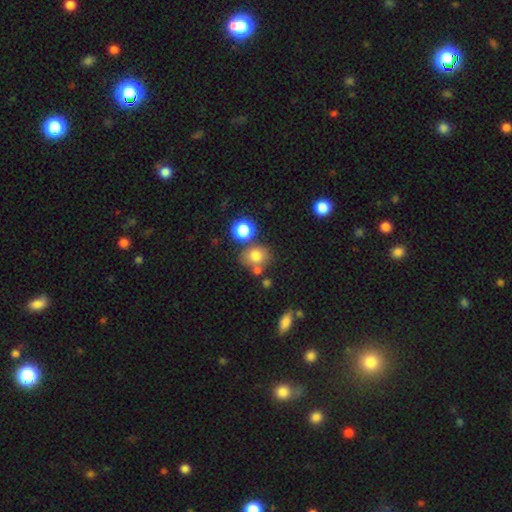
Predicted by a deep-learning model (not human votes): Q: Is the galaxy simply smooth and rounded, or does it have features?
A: smooth — 75%.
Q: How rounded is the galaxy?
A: round — 63%.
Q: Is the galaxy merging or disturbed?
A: none — 62%.